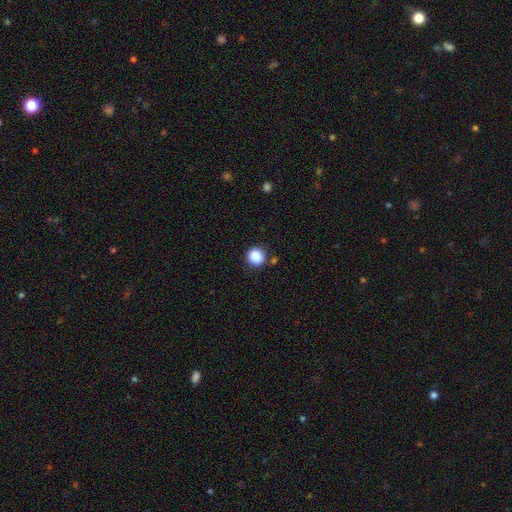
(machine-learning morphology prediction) smooth-or-featured: smooth: 87% | star or artifact: 10% | featured or disk: 3%
  how-rounded: round: 92% | in between: 7% | cigar-shaped: 1%
  merging: none: 86% | minor disturbance: 8% | merger: 3% | major disturbance: 3%